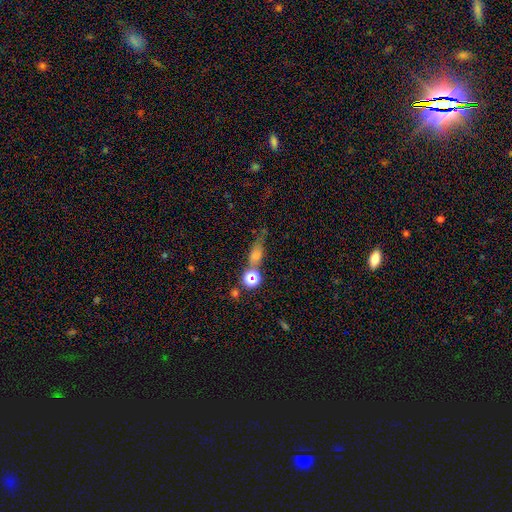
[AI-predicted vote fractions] Smooth or featured?
  - smooth: 60% *
  - star or artifact: 24%
  - featured or disk: 17%
How rounded?
  - in between: 44% *
  - cigar-shaped: 31%
  - round: 25%
Merging?
  - none: 52% *
  - minor disturbance: 20%
  - merger: 16%
  - major disturbance: 12%